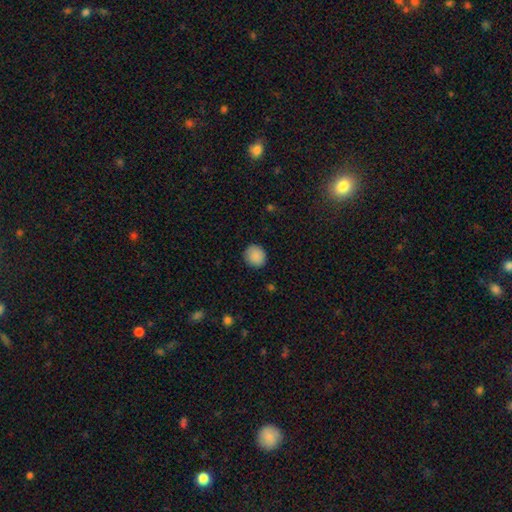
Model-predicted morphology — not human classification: A smooth galaxy with no disk features (89%) that is round (86%).

Vote fractions:
- Smooth or featured? smooth: 89% / star or artifact: 8% / featured or disk: 3%
- How rounded? round: 86% / in between: 13% / cigar-shaped: 1%
- Merging? none: 87% / minor disturbance: 9% / major disturbance: 2% / merger: 1%